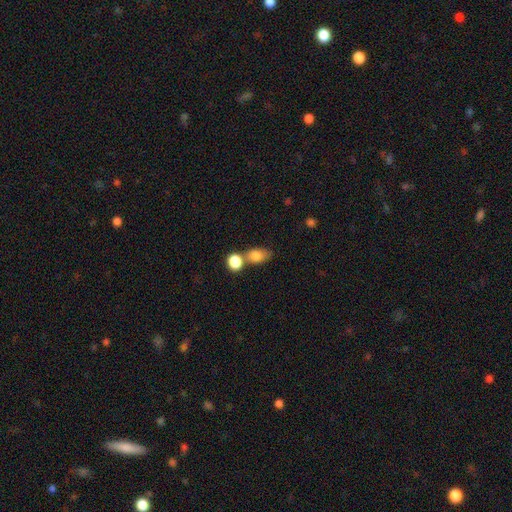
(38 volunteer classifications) A smooth galaxy with no disk features (89%) that is in between round and cigar-shaped (74%). Merging: merger (49%).